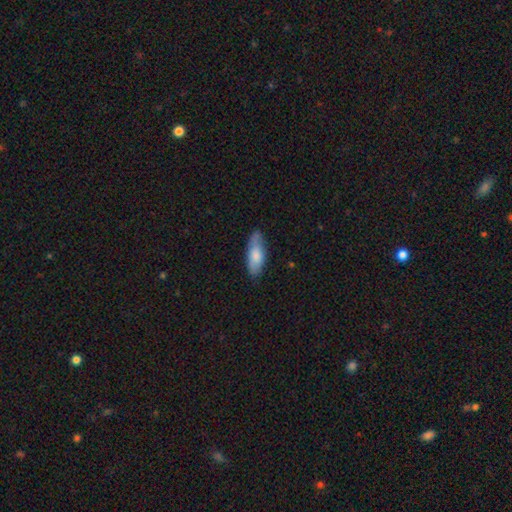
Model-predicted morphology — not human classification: Smooth or featured? Predicted: smooth (p=0.75). How rounded? Predicted: in between (p=0.72). Merging? Predicted: none (p=0.75).